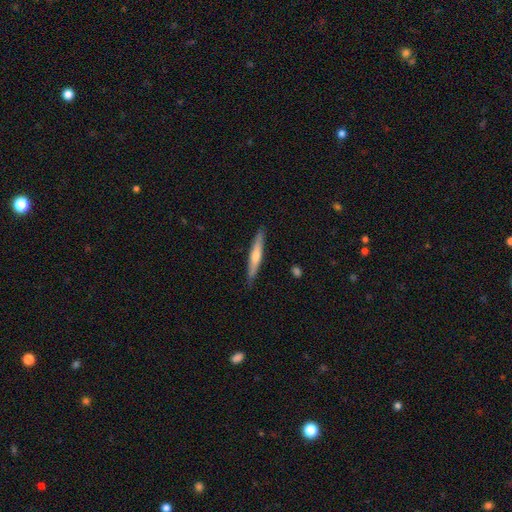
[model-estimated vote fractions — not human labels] smooth-or-featured: featured or disk: 52% | smooth: 43% | star or artifact: 6%
  disk-edge-on: yes: 95% | no: 5%
  merging: none: 89% | minor disturbance: 8% | major disturbance: 1% | merger: 1%